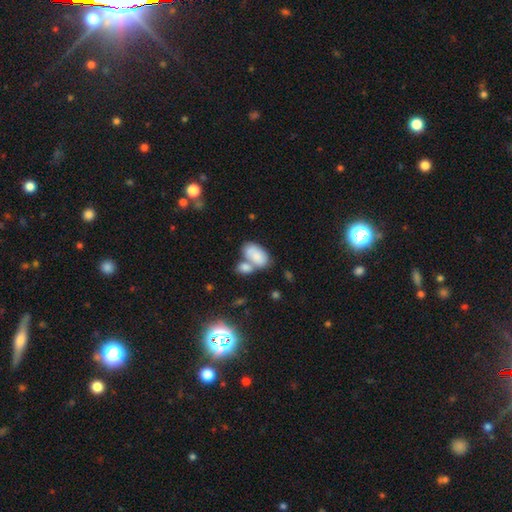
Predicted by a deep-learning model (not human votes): Smooth or featured: smooth — 77% (featured or disk — 15%)
How rounded: in between — 93% (round — 5%)
Merging: merger — 54% (none — 28%)